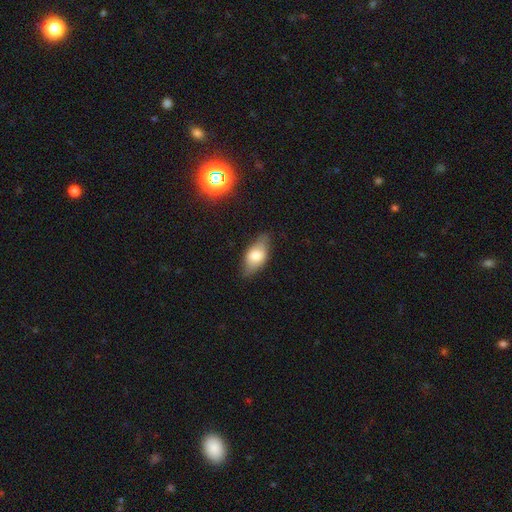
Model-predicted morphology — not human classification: Smooth or featured? smooth (67%)
How rounded? in between (87%)
Merging? none (76%)